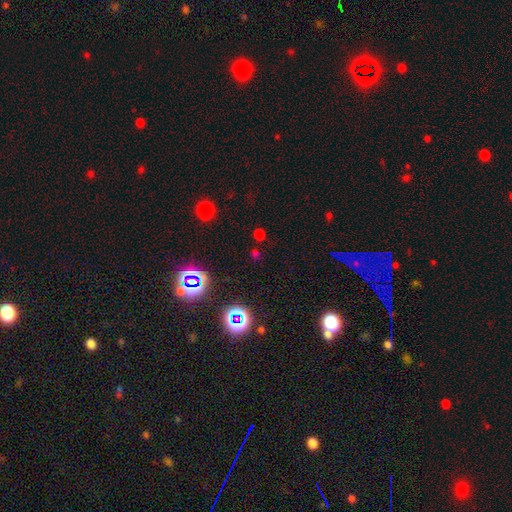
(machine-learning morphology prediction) Overall: star or artifact (53%; smooth 40%).